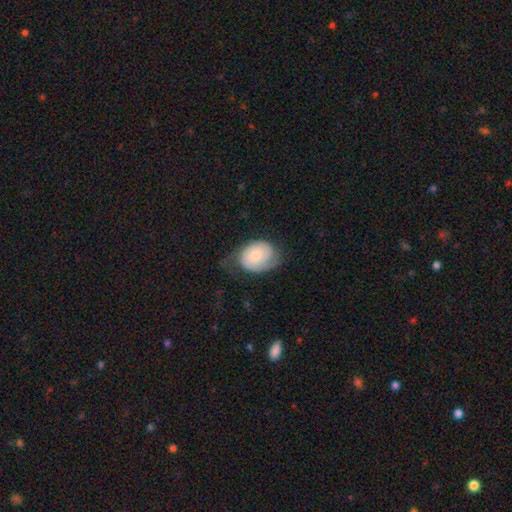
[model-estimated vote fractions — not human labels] smooth_or_featured: smooth (p=0.48) [alt: featured or disk p=0.45]
merging: none (p=0.44) [alt: minor disturbance p=0.33]